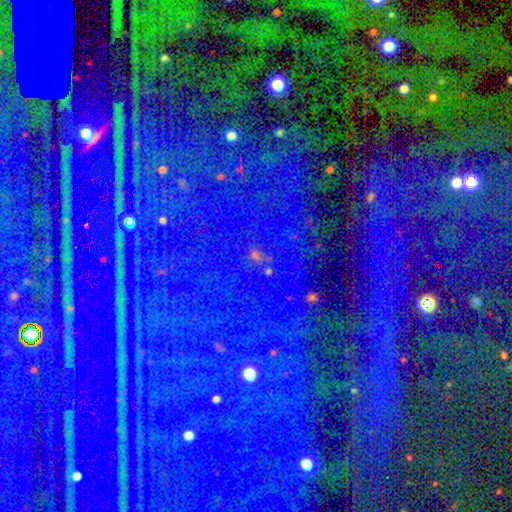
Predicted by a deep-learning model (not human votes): Overall: star or artifact (83%).